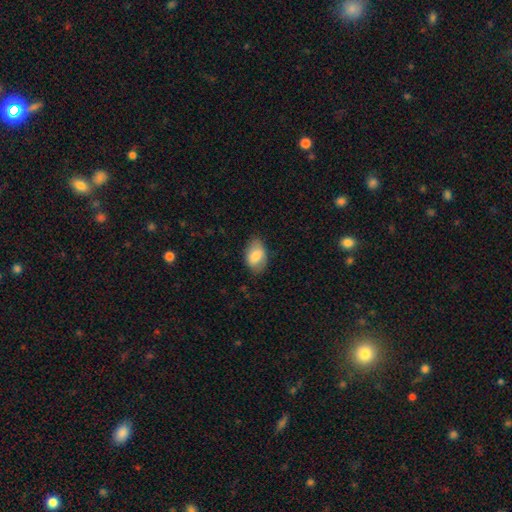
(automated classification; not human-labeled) Smooth or featured? Predicted: smooth (p=0.79). How rounded? Predicted: in between (p=0.89). Merging? Predicted: none (p=0.75).